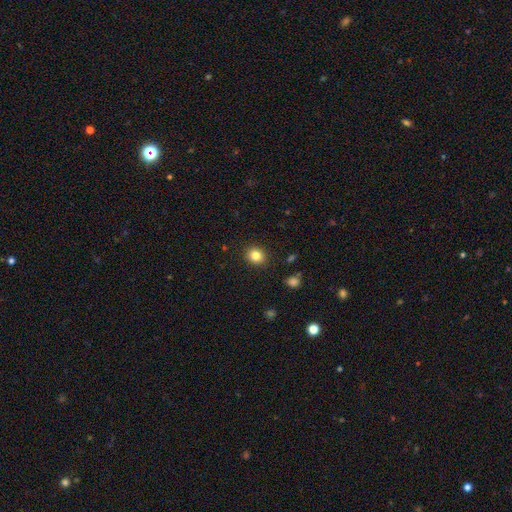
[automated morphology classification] Smooth or featured? smooth (84%)
How rounded? round (77%)
Merging? none (90%)